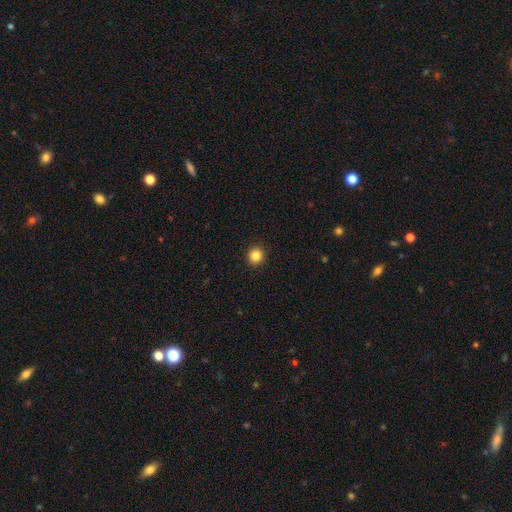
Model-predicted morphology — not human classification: smooth-or-featured: smooth: 85% | star or artifact: 11% | featured or disk: 4%
  how-rounded: round: 93% | in between: 6% | cigar-shaped: 1%
  merging: none: 93% | minor disturbance: 4% | major disturbance: 2% | merger: 1%